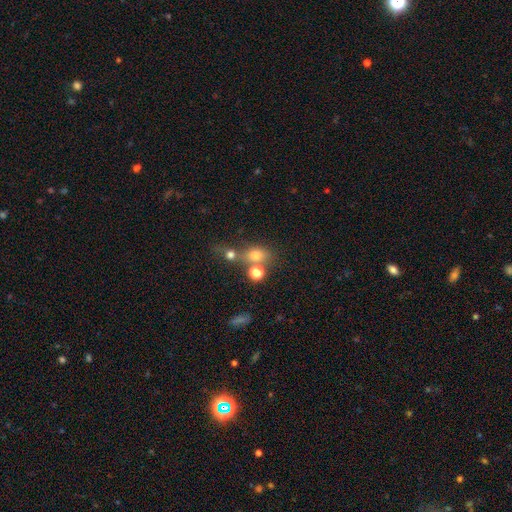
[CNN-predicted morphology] Q: Smooth or featured?
A: smooth (68%); runner-up: star or artifact (19%)
Q: How rounded?
A: round (53%); runner-up: in between (44%)
Q: Merging?
A: none (46%); runner-up: merger (36%)